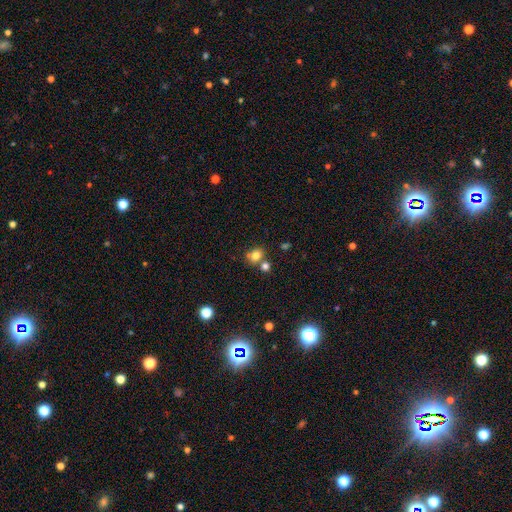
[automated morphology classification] This appears to be a smooth galaxy with no disk features (78%) that is round (63%). Merging: none (59%).